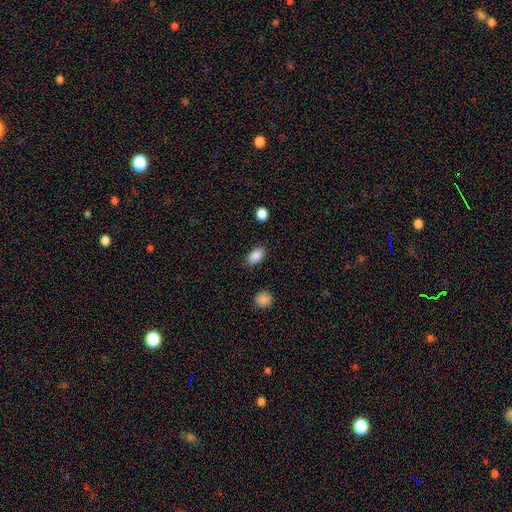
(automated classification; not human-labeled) smooth 87%, star or artifact 8%, featured or disk 5%. Down the decision tree: how rounded — in between (89%); merging — none (85%).